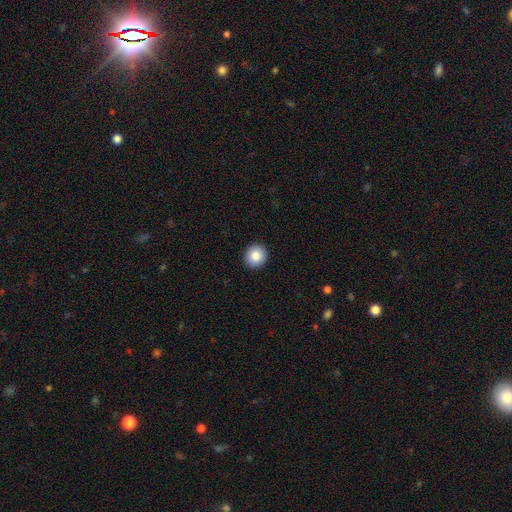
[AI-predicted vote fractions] smooth-or-featured: smooth: 86% | star or artifact: 8% | featured or disk: 6%
  how-rounded: round: 90% | in between: 9% | cigar-shaped: 1%
  merging: none: 92% | minor disturbance: 5% | major disturbance: 2% | merger: 1%